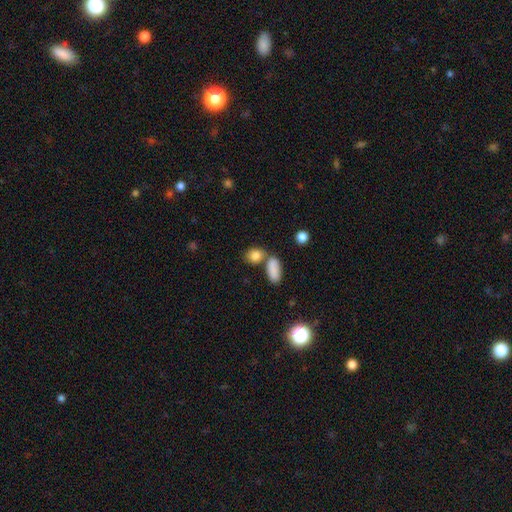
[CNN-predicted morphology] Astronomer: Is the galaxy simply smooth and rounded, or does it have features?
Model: smooth — 84%.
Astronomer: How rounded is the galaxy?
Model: in between — 63%.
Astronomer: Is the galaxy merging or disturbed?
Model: none — 57%.